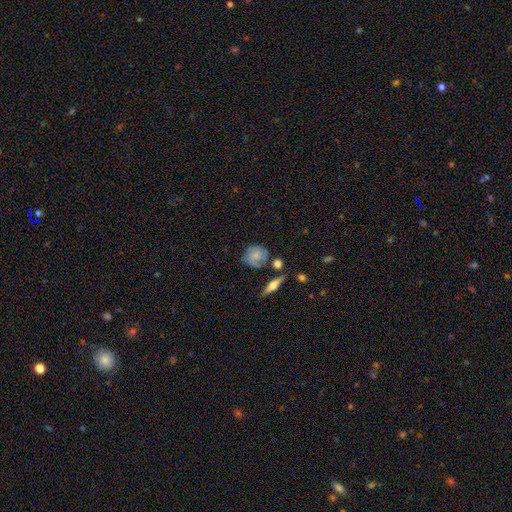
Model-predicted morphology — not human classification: Overall: smooth (48%; featured or disk 44%). Merging: none (62%; minor disturbance 22%).